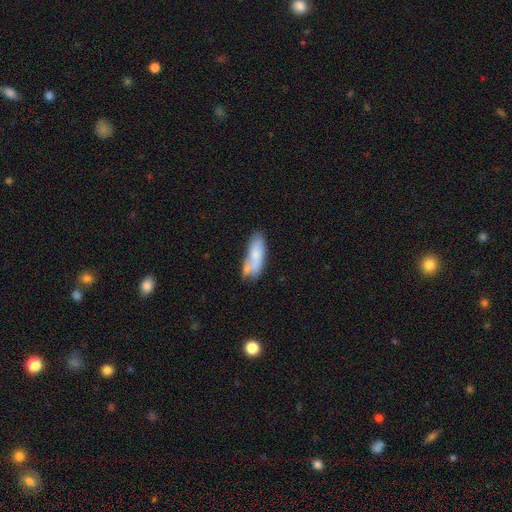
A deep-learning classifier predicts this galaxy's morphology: This is likely a smooth galaxy (71%). How rounded: likely in between (70%). Merging: possibly none (47%).